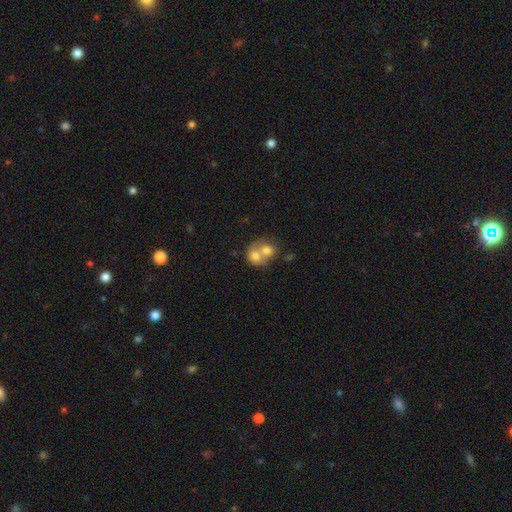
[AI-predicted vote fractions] Morphology: type=smooth (67%); roundness=round (64%); merging=merger (76%).